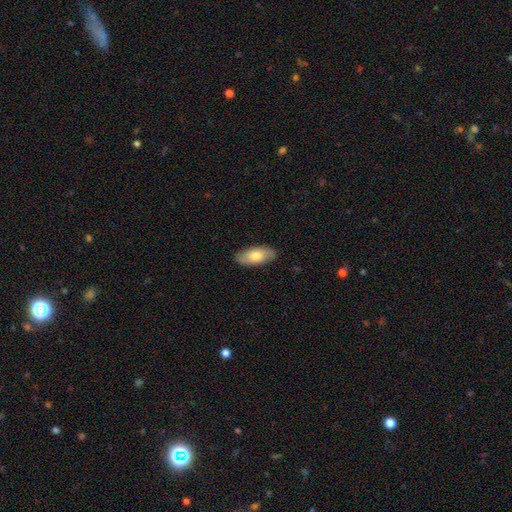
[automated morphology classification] smooth 72%, featured or disk 23%, star or artifact 6%. Down the decision tree: how rounded — in between (90%); merging — none (86%).